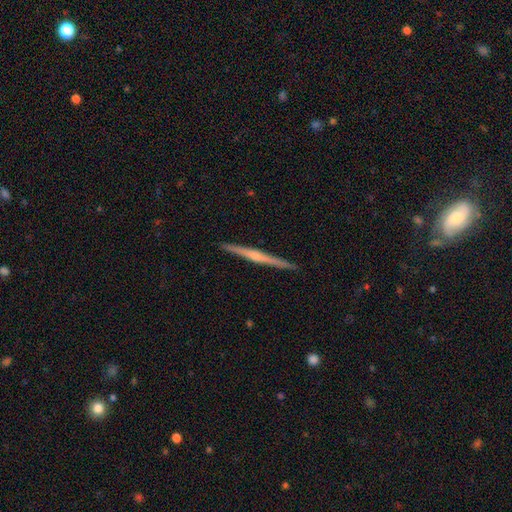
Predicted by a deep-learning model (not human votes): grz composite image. It shows a featured or disk galaxy (72%) viewed edge-on (98%) with a rounded central bulge (60%). Merging: none (92%).